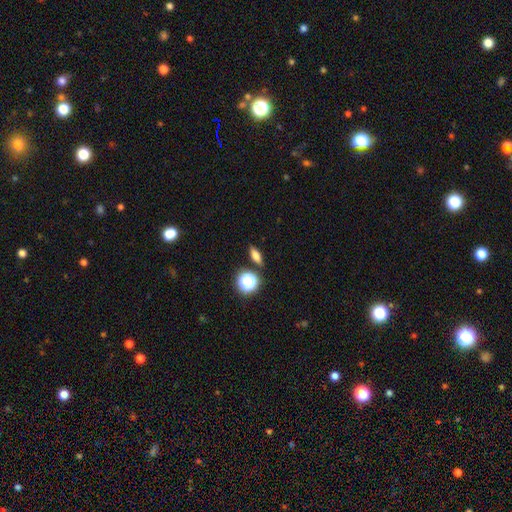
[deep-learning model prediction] Smooth or featured? smooth (66%)
How rounded? in between (54%)
Merging? none (85%)